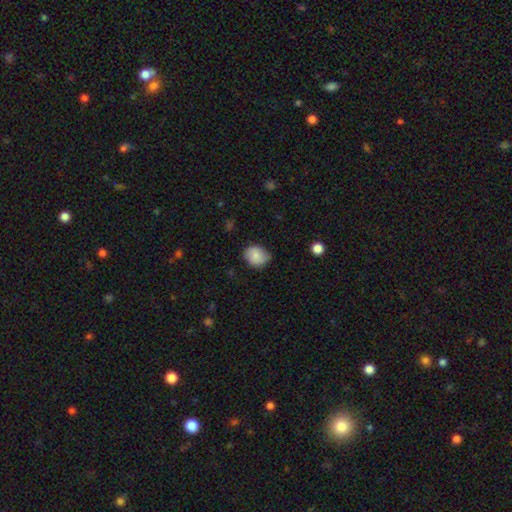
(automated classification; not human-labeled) Morphology: type=smooth (83%); roundness=round (56%); merging=none (72%).